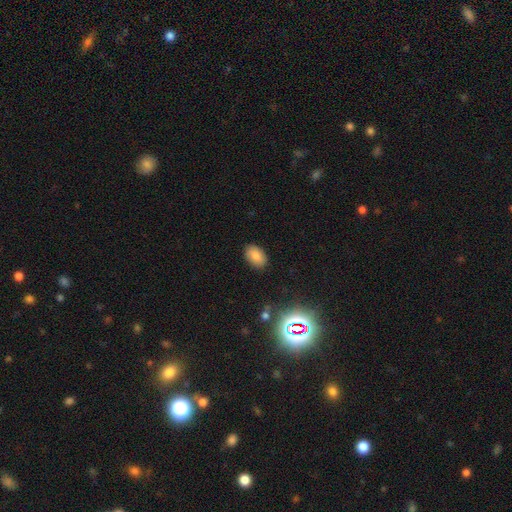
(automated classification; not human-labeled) Morphology: type=smooth (81%); roundness=in between (88%); merging=none (87%).